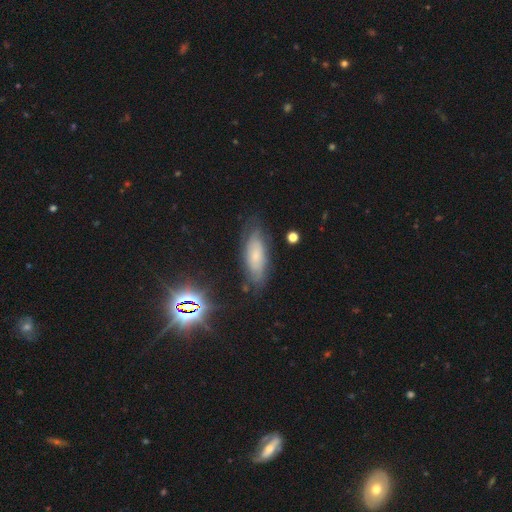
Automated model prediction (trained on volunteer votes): This appears to be a smooth galaxy with no disk features (45%). Merging: none (70%).